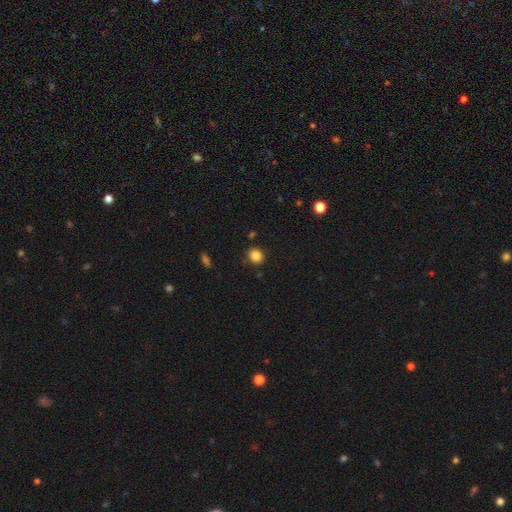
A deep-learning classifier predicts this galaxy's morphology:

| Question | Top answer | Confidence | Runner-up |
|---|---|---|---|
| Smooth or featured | smooth | 85% | star or artifact (11%) |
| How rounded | round | 78% | in between (21%) |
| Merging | none | 87% | minor disturbance (9%) |